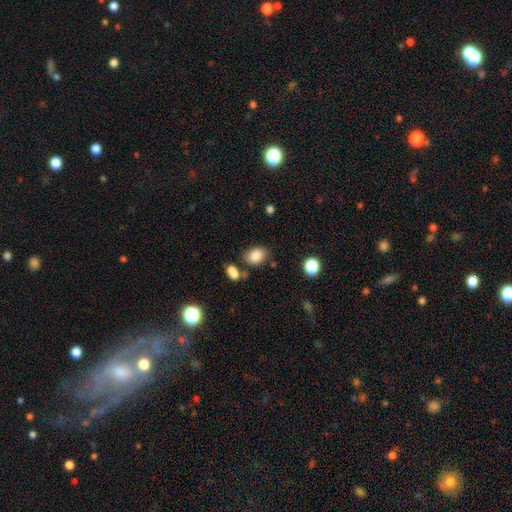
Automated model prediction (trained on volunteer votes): Q: Smooth or featured?
A: smooth (84%); runner-up: star or artifact (9%)
Q: How rounded?
A: in between (71%); runner-up: round (28%)
Q: Merging?
A: none (71%); runner-up: minor disturbance (14%)